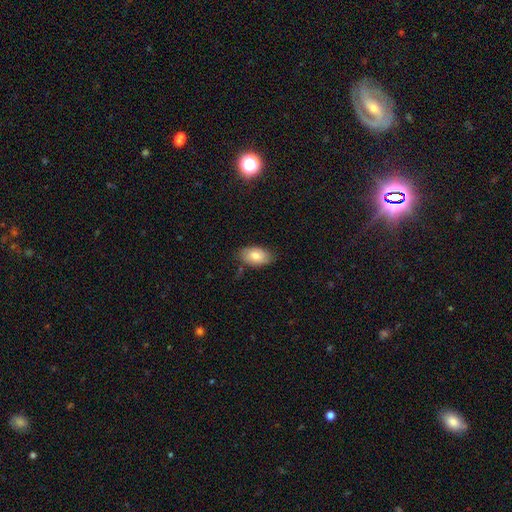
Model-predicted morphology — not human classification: type=smooth (78%); roundness=in between (93%); merging=none (76%).